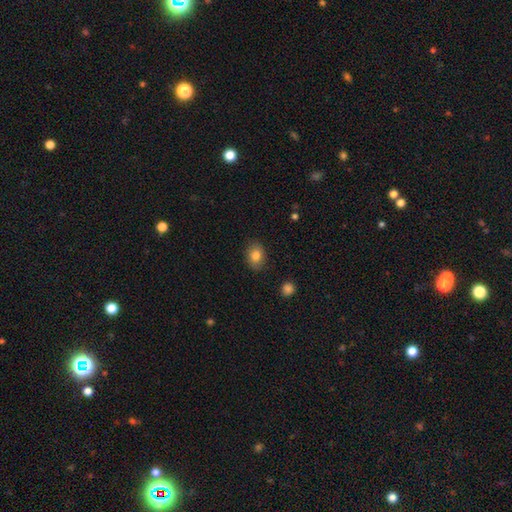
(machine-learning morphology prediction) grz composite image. It shows a smooth galaxy with no disk features (82%) that is in between round and cigar-shaped (68%). Merging: none (86%).